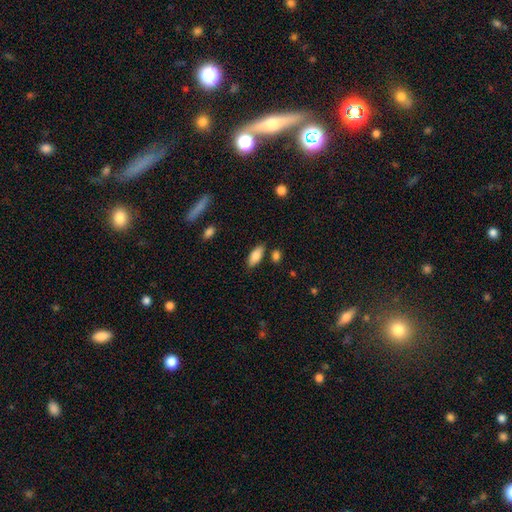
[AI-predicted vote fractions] Smooth or featured: smooth — 84% (featured or disk — 9%)
How rounded: in between — 86% (cigar-shaped — 12%)
Merging: none — 79% (minor disturbance — 12%)